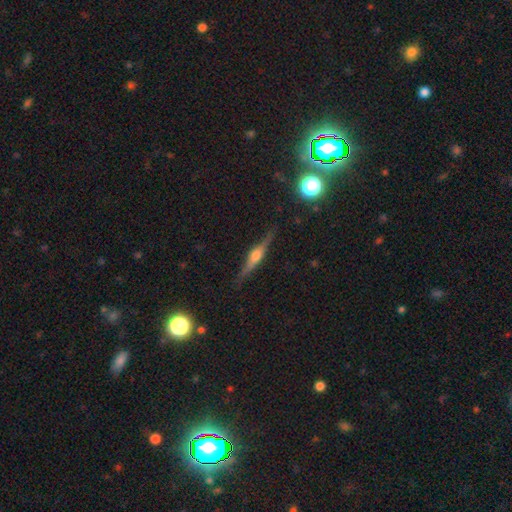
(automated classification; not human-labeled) This is likely a featured or disk galaxy (72%). It is clearly viewed edge-on (97%). Edge-on bulge: clearly rounded (86%). Merging: clearly none (86%).